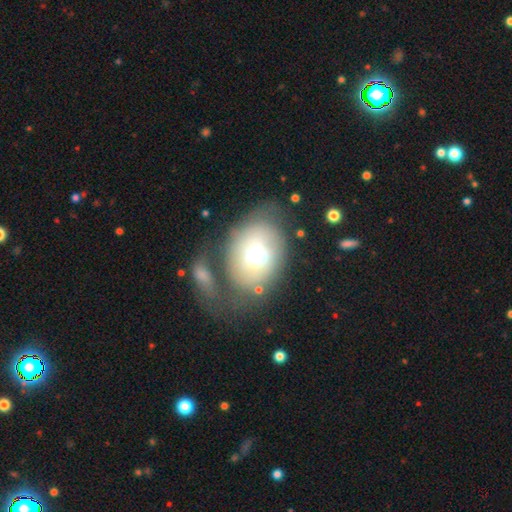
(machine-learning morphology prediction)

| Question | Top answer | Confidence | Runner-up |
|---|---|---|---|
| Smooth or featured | smooth | 59% | featured or disk (27%) |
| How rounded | in between | 52% | round (47%) |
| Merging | none | 48% | major disturbance (19%) |